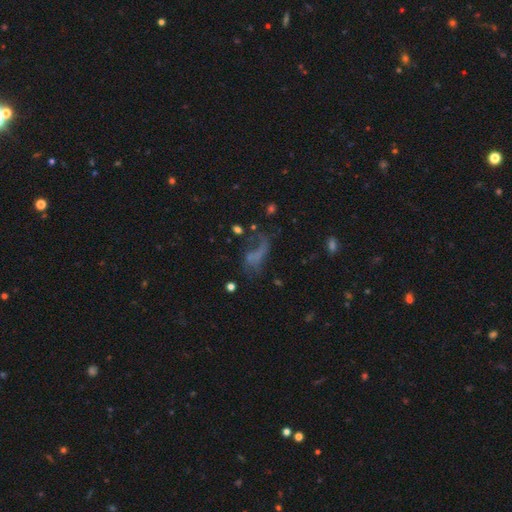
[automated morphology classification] Smooth or featured?
  - featured or disk: 43% *
  - smooth: 35%
  - star or artifact: 22%
Merging?
  - major disturbance: 42% *
  - none: 31%
  - minor disturbance: 18%
  - merger: 9%